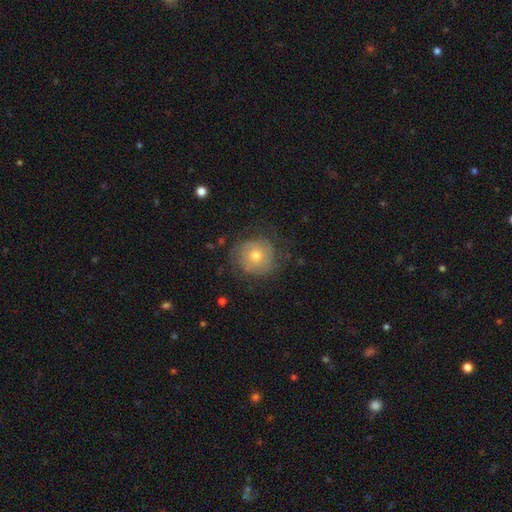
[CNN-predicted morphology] Q: Smooth or featured?
A: smooth (46%); runner-up: featured or disk (45%)
Q: Merging?
A: none (69%); runner-up: minor disturbance (19%)